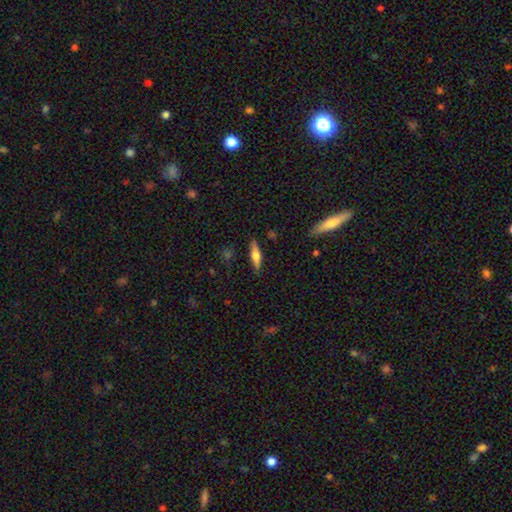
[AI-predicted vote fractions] The model was most divided on "smooth or featured": smooth: 49%, featured or disk: 45%, star or artifact: 6%. More confident: merging — none (87%).